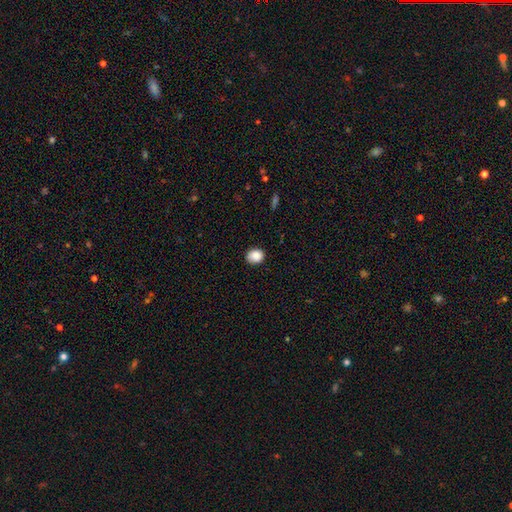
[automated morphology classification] Smooth or featured: smooth — 88% (star or artifact — 9%)
How rounded: round — 62% (in between — 37%)
Merging: none — 80% (minor disturbance — 16%)